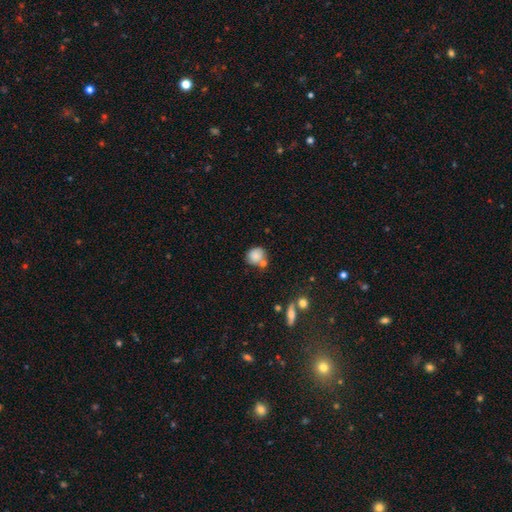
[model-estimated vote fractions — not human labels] Morphology: type=smooth (83%); roundness=round (77%); merging=none (55%).